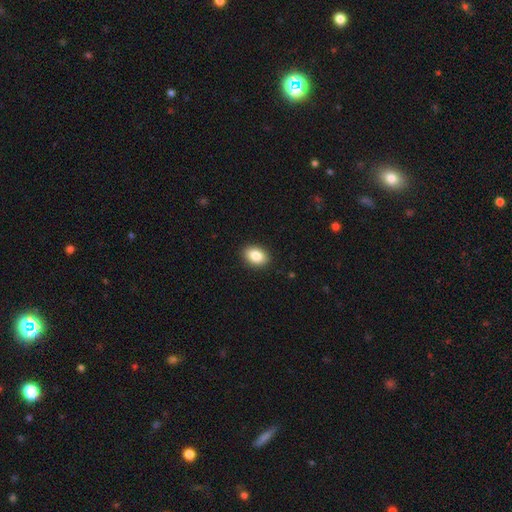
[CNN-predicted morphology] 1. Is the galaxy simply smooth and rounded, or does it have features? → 87% smooth, 8% star or artifact, 6% featured or disk.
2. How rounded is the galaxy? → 81% in between, 17% round, 1% cigar-shaped.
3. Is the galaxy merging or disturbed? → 90% none, 7% minor disturbance, 2% major disturbance, 1% merger.